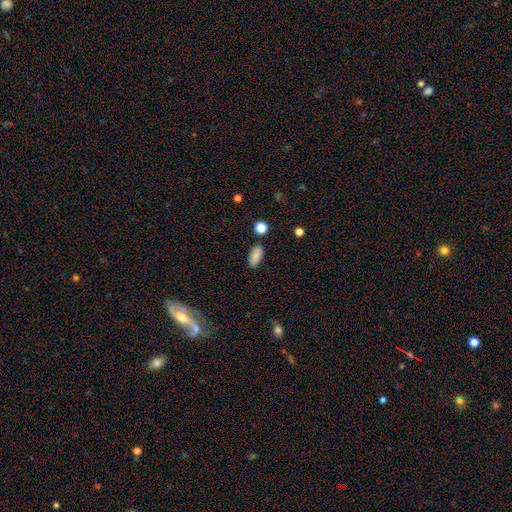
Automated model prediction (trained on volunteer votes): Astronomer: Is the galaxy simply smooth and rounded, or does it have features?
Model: smooth — 86%.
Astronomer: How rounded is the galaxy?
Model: in between — 91%.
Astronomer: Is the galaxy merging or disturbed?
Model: none — 84%.